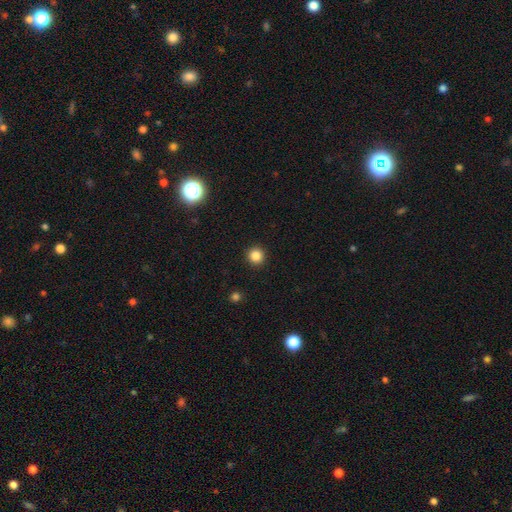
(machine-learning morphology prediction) Overall: smooth (84%). How rounded: round (95%). Merging: none (93%).